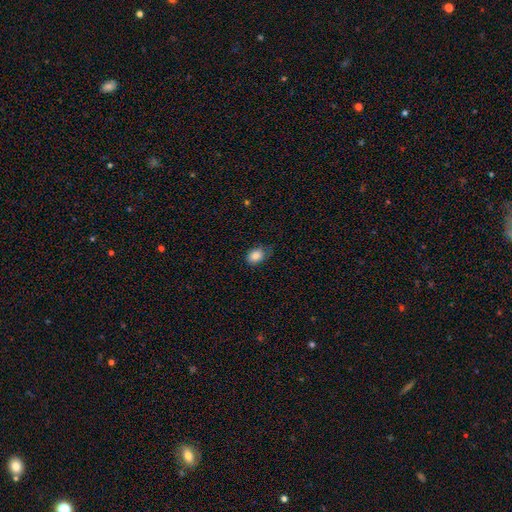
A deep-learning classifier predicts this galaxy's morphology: Smooth or featured: smooth — 86% (star or artifact — 9%)
How rounded: in between — 68% (round — 31%)
Merging: none — 66% (minor disturbance — 26%)